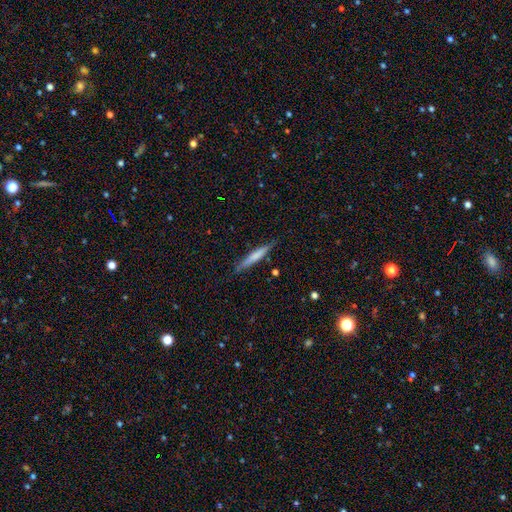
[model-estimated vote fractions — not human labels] Overall: smooth (63%; featured or disk 31%). How rounded: cigar-shaped (94%). Merging: none (84%).